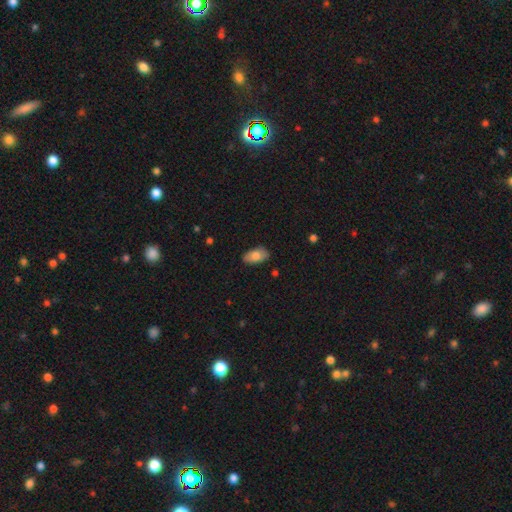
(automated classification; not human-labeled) Overall: smooth (78%). How rounded: in between (93%). Merging: none (81%).